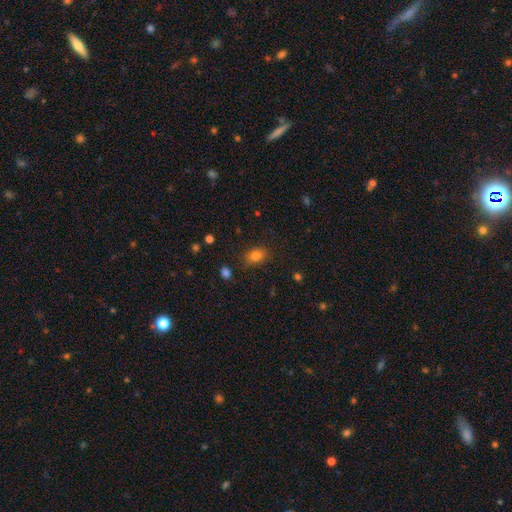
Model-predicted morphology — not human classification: A smooth galaxy with no disk features (81%) that is in between round and cigar-shaped (71%).

Vote fractions:
- Smooth or featured? smooth: 81% / star or artifact: 12% / featured or disk: 7%
- How rounded? in between: 71% / round: 27% / cigar-shaped: 2%
- Merging? none: 80% / minor disturbance: 15% / major disturbance: 4% / merger: 2%